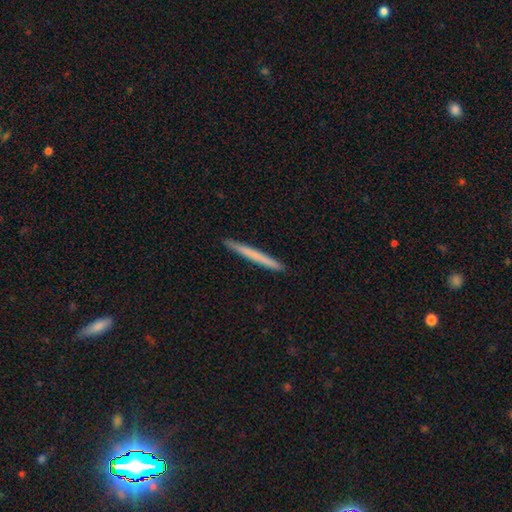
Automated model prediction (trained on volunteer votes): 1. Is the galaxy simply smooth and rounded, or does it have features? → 62% smooth, 32% featured or disk, 5% star or artifact.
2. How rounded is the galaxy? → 98% cigar-shaped, 1% in between, 1% round.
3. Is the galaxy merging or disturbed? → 93% none, 5% minor disturbance, 1% major disturbance, 1% merger.